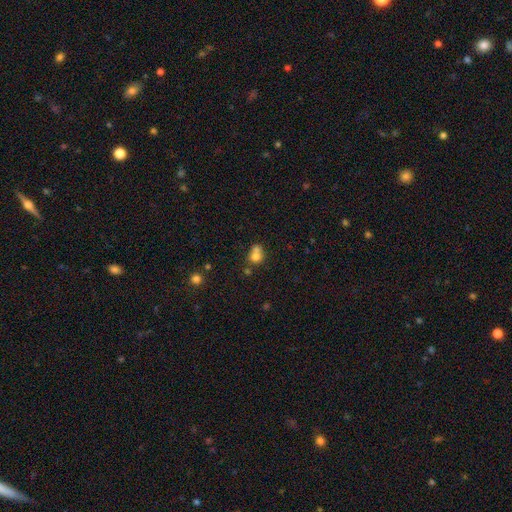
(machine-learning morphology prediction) Overall: smooth (74%). How rounded: round (71%). Merging: merger (51%; none 33%).